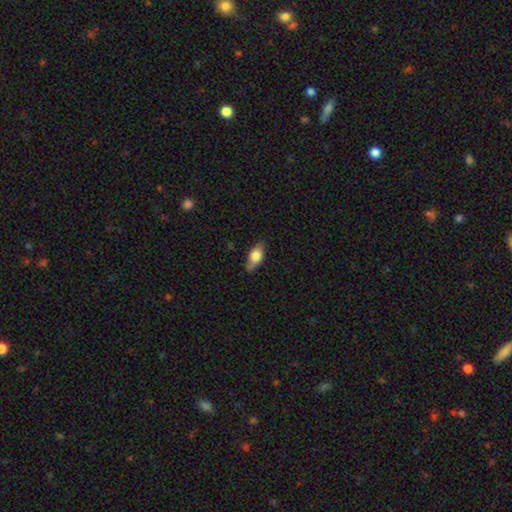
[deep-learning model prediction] The model was most divided on "smooth or featured": smooth: 70%, featured or disk: 23%, star or artifact: 7%. More confident: how rounded — in between (81%); merging — none (76%).